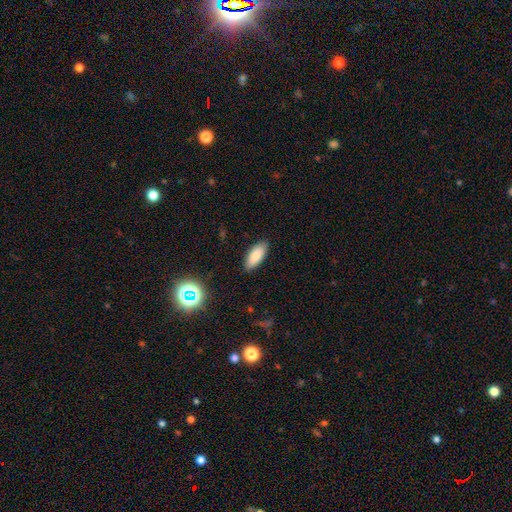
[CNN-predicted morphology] smooth-or-featured: smooth: 84% | featured or disk: 8% | star or artifact: 8%
  how-rounded: in between: 84% | cigar-shaped: 14% | round: 2%
  merging: none: 87% | minor disturbance: 10% | major disturbance: 2% | merger: 1%